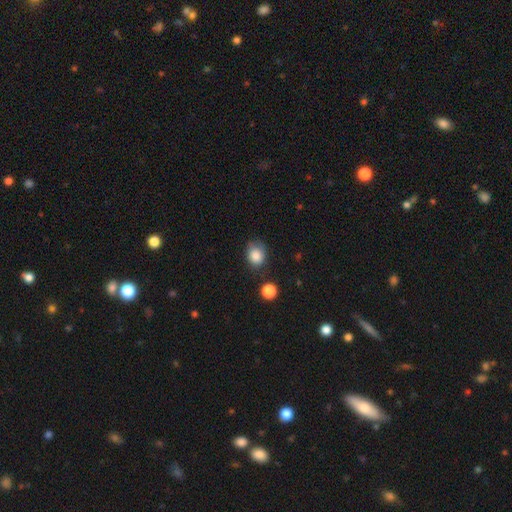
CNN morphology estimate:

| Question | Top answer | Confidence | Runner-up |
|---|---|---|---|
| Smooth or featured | smooth | 85% | star or artifact (9%) |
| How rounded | round | 58% | in between (41%) |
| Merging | none | 64% | minor disturbance (26%) |